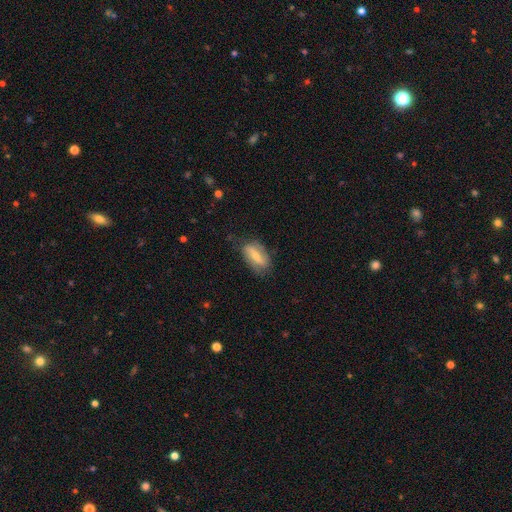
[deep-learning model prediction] A featured or disk galaxy (53%). Merging: none (71%).